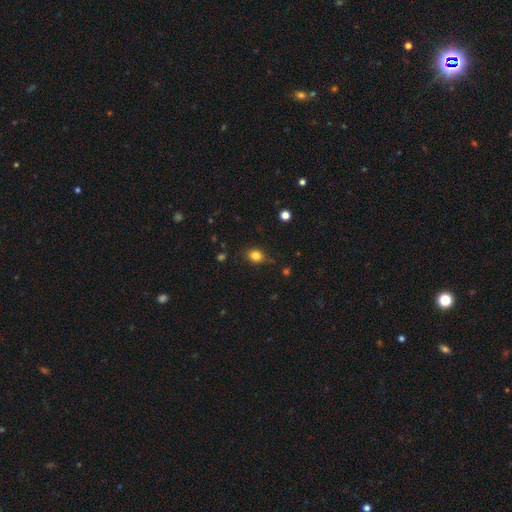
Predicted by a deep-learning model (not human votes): smooth-or-featured: smooth: 82% | star or artifact: 12% | featured or disk: 6%
  how-rounded: round: 62% | in between: 36% | cigar-shaped: 1%
  merging: none: 74% | minor disturbance: 20% | major disturbance: 4% | merger: 2%